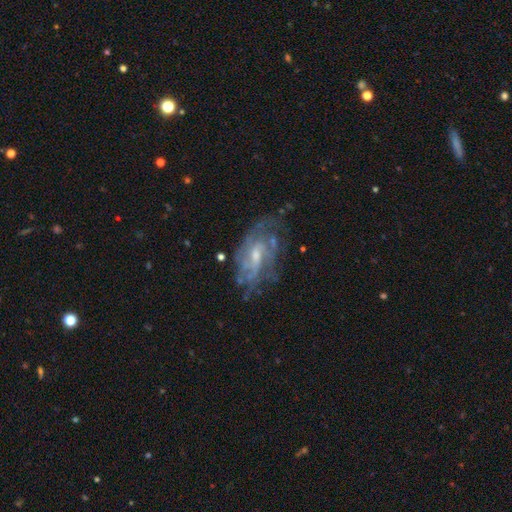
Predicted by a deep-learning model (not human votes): Q: Smooth or featured?
A: featured or disk (81%); runner-up: smooth (11%)
Q: Edge-on disk?
A: no (95%); runner-up: yes (5%)
Q: Bar?
A: no (46%); runner-up: weak (45%)
Q: Spiral arms?
A: yes (85%); runner-up: no (15%)
Q: Spiral winding?
A: tight (43%); runner-up: medium (41%)
Q: Spiral arm count?
A: can't tell (47%); runner-up: 2 (19%)
Q: Bulge size?
A: small (50%); runner-up: moderate (42%)
Q: Merging?
A: none (60%); runner-up: minor disturbance (23%)